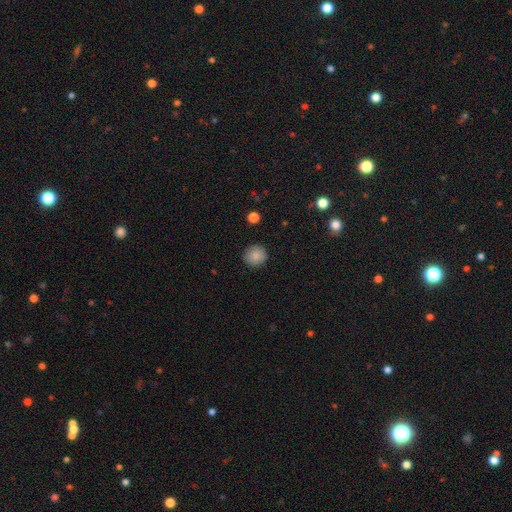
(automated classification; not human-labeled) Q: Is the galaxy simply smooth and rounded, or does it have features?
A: smooth — 86%.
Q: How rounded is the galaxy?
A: round — 91%.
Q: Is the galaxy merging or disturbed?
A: none — 90%.